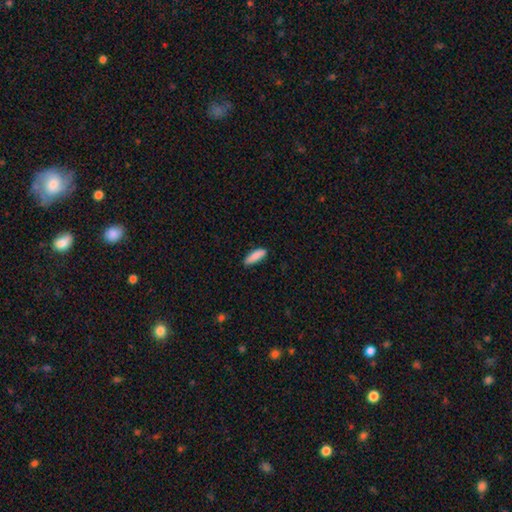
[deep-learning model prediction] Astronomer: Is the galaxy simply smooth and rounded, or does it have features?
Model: smooth — 88%.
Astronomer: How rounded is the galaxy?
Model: in between — 53% (runner-up: cigar-shaped, 46%).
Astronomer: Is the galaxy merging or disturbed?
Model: none — 83%.